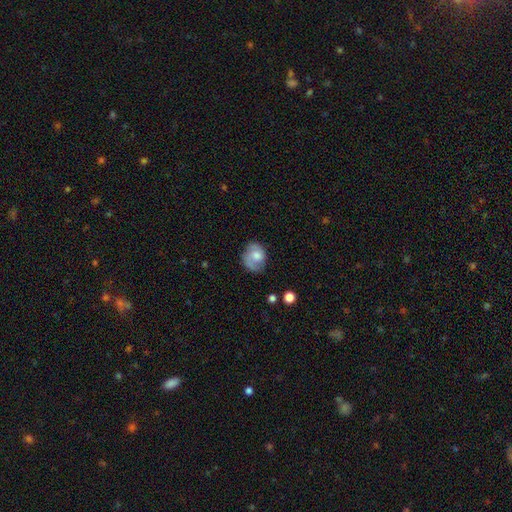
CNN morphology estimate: type=smooth (51%); roundness=round (54%); merging=none (62%).